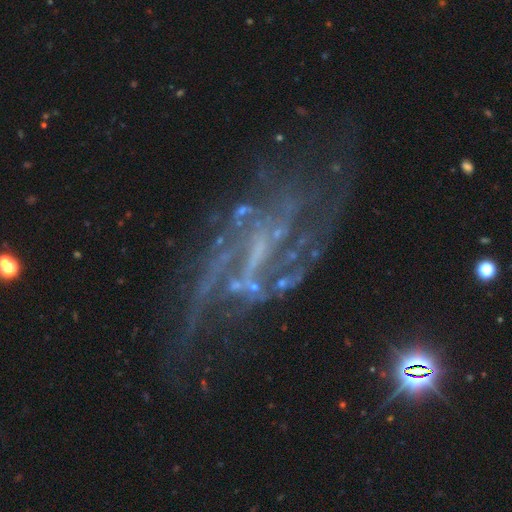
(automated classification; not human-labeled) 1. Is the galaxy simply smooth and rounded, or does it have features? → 82% featured or disk, 12% star or artifact, 6% smooth.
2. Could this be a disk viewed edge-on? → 94% no, 6% yes.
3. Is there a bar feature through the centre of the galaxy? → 40% weak, 33% no, 27% strong.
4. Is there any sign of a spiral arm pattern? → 85% yes, 15% no.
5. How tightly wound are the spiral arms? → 41% loose, 39% medium, 20% tight.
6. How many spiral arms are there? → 36% 2, 31% can't tell, 12% 3, 7% 4, 7% 1, 6% more than 4.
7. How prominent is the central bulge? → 59% none, 28% small, 10% moderate, 2% large, 1% dominant.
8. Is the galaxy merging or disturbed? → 50% none, 27% major disturbance, 19% minor disturbance, 5% merger.